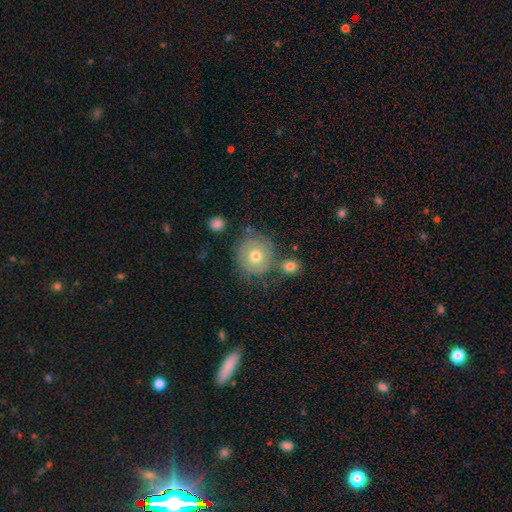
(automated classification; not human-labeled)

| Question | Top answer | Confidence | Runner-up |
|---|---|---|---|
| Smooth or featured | smooth | 46% | featured or disk (44%) |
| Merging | none | 71% | minor disturbance (15%) |